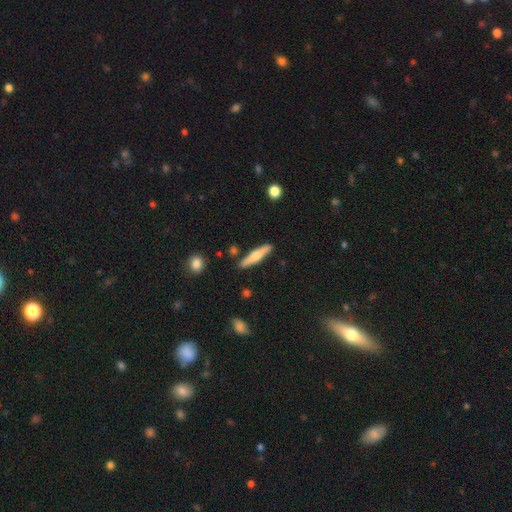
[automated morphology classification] This is possibly a smooth galaxy (49%). Merging: clearly none (86%).